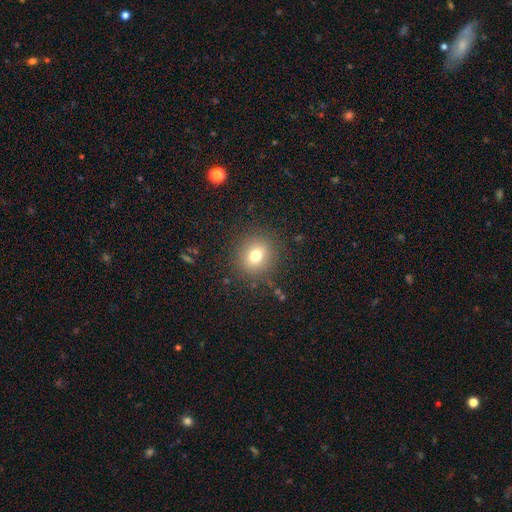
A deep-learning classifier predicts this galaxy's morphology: Smooth or featured? Predicted: smooth (p=0.74). How rounded? Predicted: round (p=0.80). Merging? Predicted: none (p=0.87).